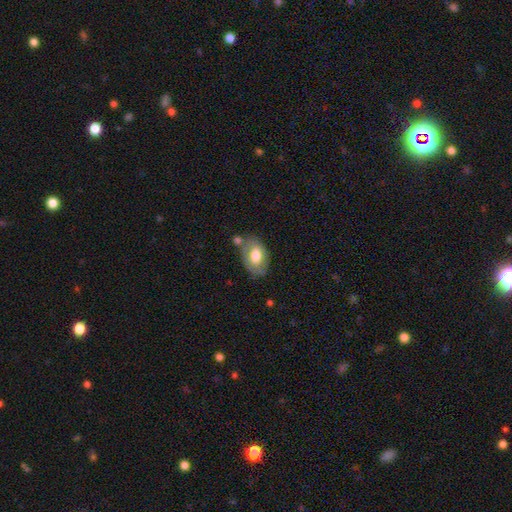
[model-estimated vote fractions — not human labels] The model was most divided on "smooth or featured": smooth: 64%, featured or disk: 30%, star or artifact: 6%. More confident: how rounded — in between (88%); merging — none (58%).